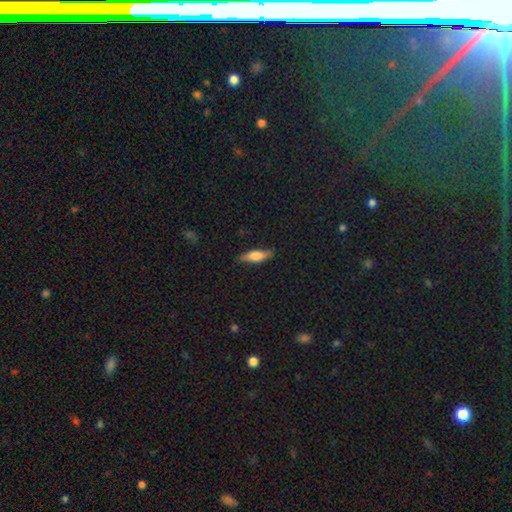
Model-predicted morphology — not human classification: A smooth galaxy with no disk features (70%) that is in between round and cigar-shaped (50%).

Vote fractions:
- Smooth or featured? smooth: 70% / featured or disk: 23% / star or artifact: 7%
- How rounded? in between: 50% / cigar-shaped: 48% / round: 2%
- Merging? none: 80% / minor disturbance: 16% / major disturbance: 3% / merger: 1%